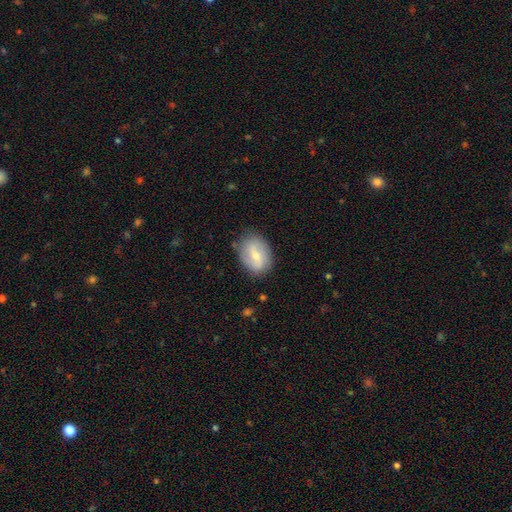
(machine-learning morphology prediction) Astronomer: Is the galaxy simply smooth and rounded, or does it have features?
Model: featured or disk — 49% (runner-up: smooth, 44%).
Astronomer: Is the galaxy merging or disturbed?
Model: none — 81%.